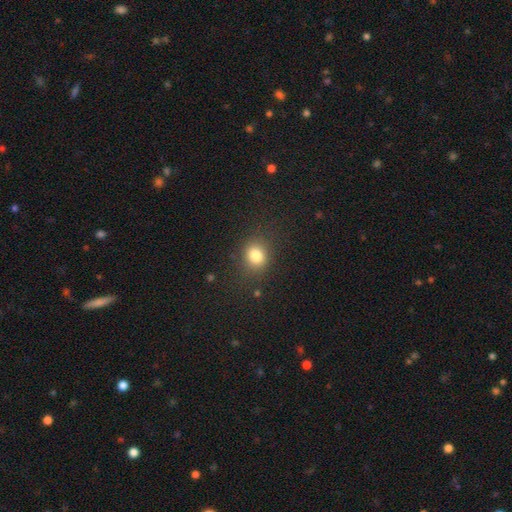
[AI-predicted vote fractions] Smooth or featured? Predicted: smooth (p=0.81). How rounded? Predicted: round (p=0.65). Merging? Predicted: none (p=0.83).